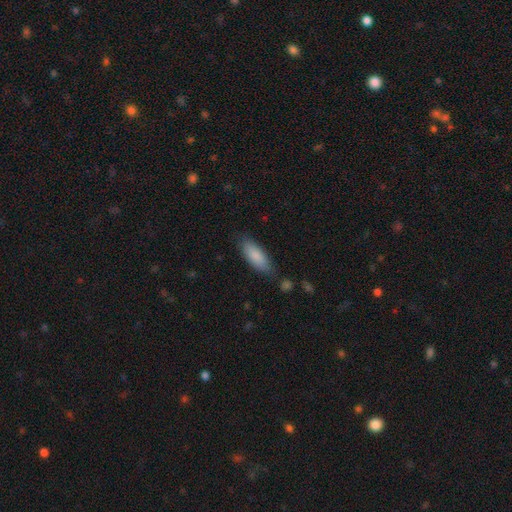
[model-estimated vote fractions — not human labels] smooth_or_featured: smooth (p=0.86) [alt: featured or disk p=0.09]
how_rounded: in between (p=0.69) [alt: cigar-shaped p=0.29]
merging: none (p=0.78) [alt: minor disturbance p=0.16]